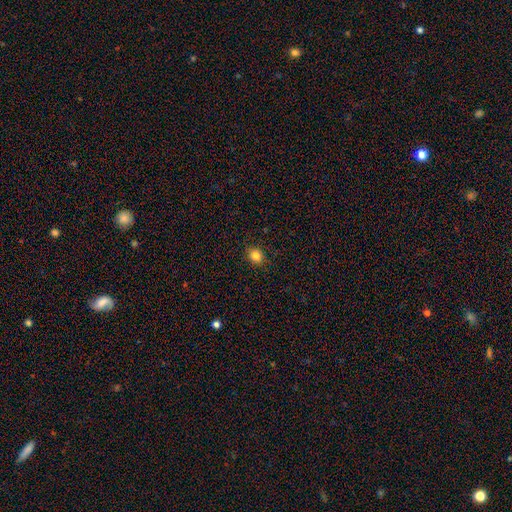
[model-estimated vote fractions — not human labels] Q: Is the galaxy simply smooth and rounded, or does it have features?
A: smooth — 83%.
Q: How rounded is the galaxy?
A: round — 72%.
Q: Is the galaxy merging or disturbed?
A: none — 90%.